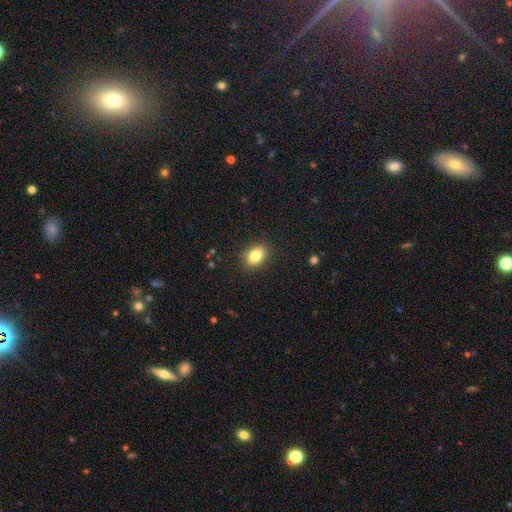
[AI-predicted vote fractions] Q: Smooth or featured?
A: smooth (83%); runner-up: star or artifact (9%)
Q: How rounded?
A: in between (77%); runner-up: round (21%)
Q: Merging?
A: none (87%); runner-up: minor disturbance (10%)